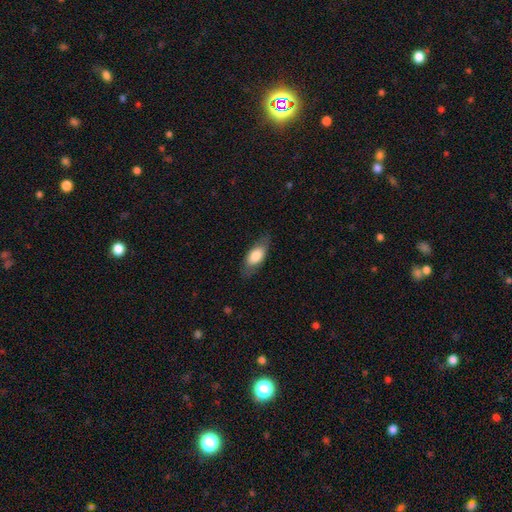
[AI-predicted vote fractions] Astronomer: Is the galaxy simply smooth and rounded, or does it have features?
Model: smooth — 74%.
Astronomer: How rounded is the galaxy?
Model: in between — 82%.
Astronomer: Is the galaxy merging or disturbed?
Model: none — 78%.